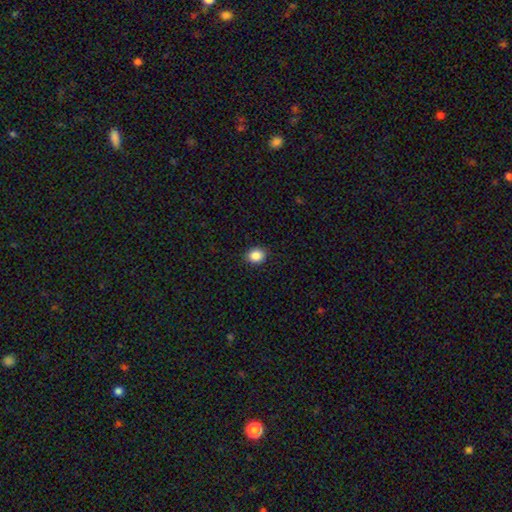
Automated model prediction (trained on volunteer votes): Smooth or featured?
  - smooth: 87% *
  - star or artifact: 9%
  - featured or disk: 3%
How rounded?
  - round: 61% *
  - in between: 38%
  - cigar-shaped: 1%
Merging?
  - none: 90% *
  - minor disturbance: 7%
  - major disturbance: 2%
  - merger: 1%